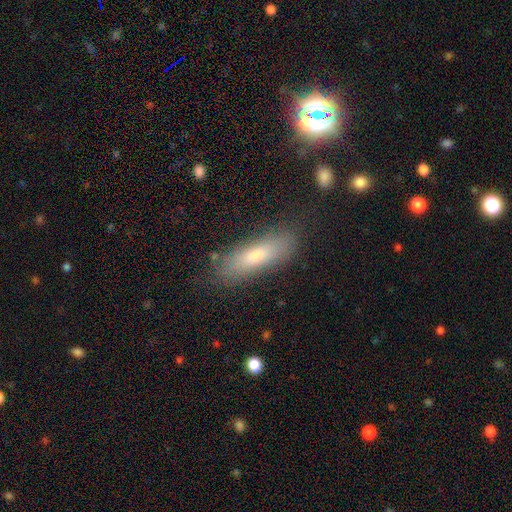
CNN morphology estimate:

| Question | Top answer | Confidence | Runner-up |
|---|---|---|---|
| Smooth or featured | smooth | 68% | featured or disk (23%) |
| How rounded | cigar-shaped | 57% | in between (41%) |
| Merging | none | 80% | minor disturbance (13%) |